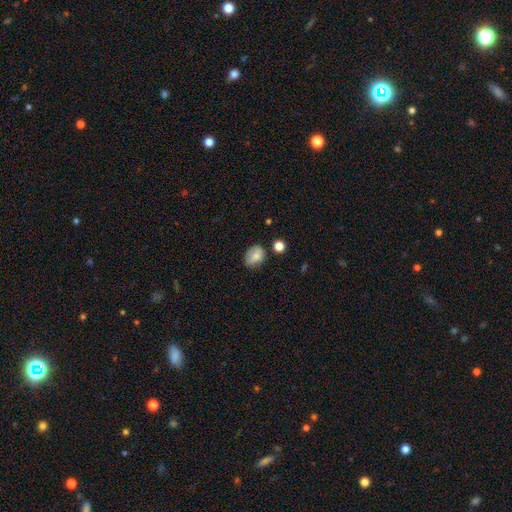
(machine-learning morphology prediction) The model was most divided on "how rounded": in between: 64%, round: 34%, cigar-shaped: 1%. More confident: smooth or featured — smooth (78%); merging — none (61%).